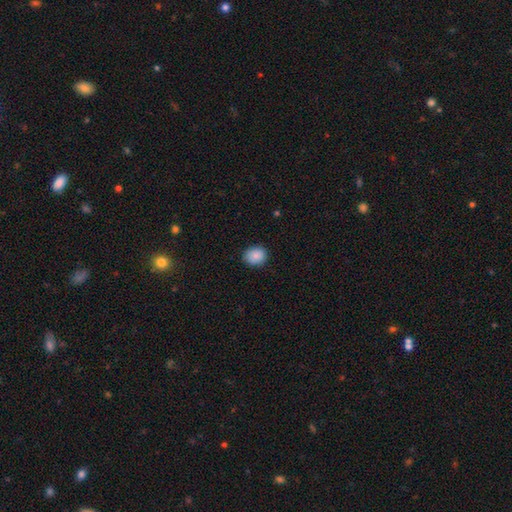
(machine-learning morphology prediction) type=smooth (88%); roundness=round (63%); merging=none (86%).